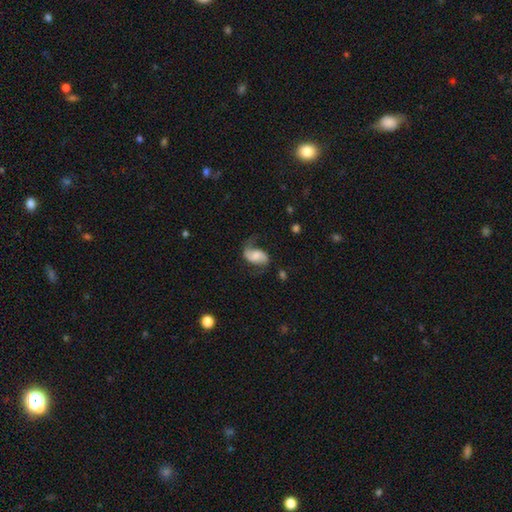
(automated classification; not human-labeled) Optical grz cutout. It shows a featured or disk galaxy (64%) with no bar (47%), 2 (84%) loose (60%) spiral arms (92%) and a moderate central bulge (26%, tied with small and none). Merging: none (57%).